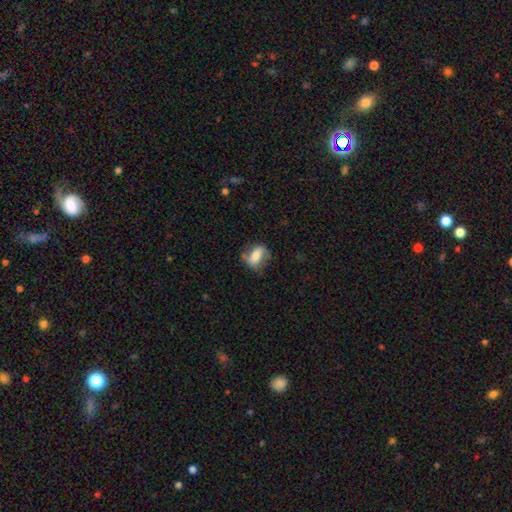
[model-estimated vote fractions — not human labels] A smooth galaxy with no disk features (50%). Merging: none (56%).